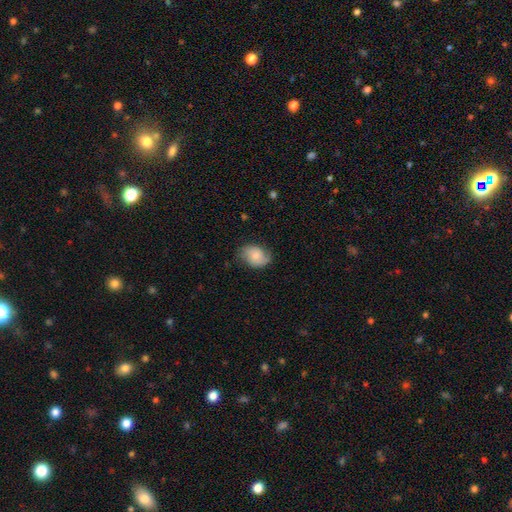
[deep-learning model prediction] This appears to be a smooth galaxy with no disk features (57%) that is in between round and cigar-shaped (73%). Merging: none (67%).